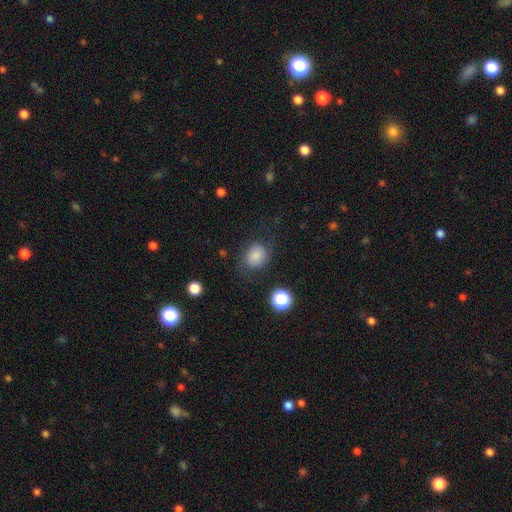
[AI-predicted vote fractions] smooth 82%, star or artifact 11%, featured or disk 7%. Down the decision tree: how rounded — round (52%); merging — none (69%).